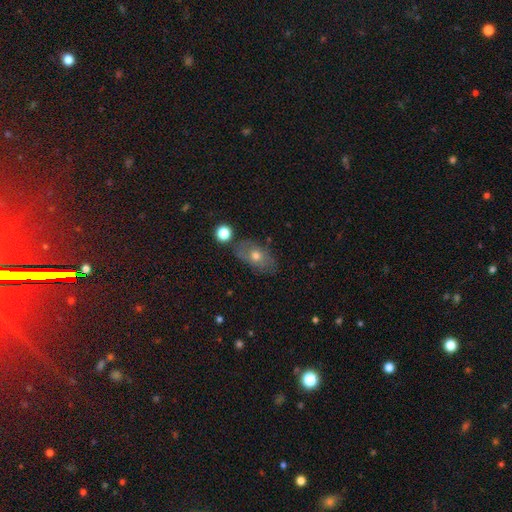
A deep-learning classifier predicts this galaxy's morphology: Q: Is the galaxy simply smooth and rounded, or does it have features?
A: smooth — 58%.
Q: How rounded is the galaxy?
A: in between — 83%.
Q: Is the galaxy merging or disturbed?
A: none — 74%.